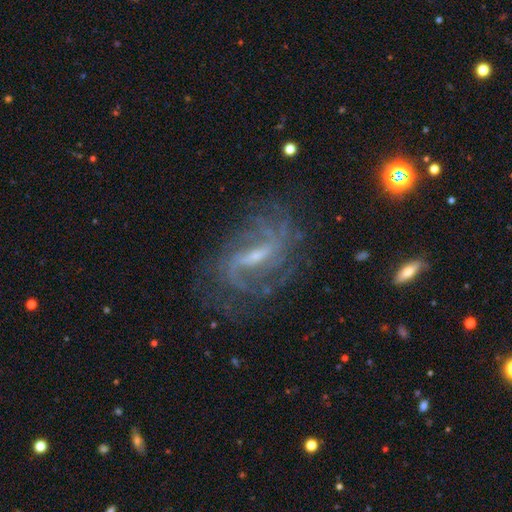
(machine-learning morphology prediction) A featured or disk galaxy (85%) with a weak bar (45%), 2 (48%) medium (43%) spiral arms (93%) and a small central bulge (54%). Merging: none (68%).